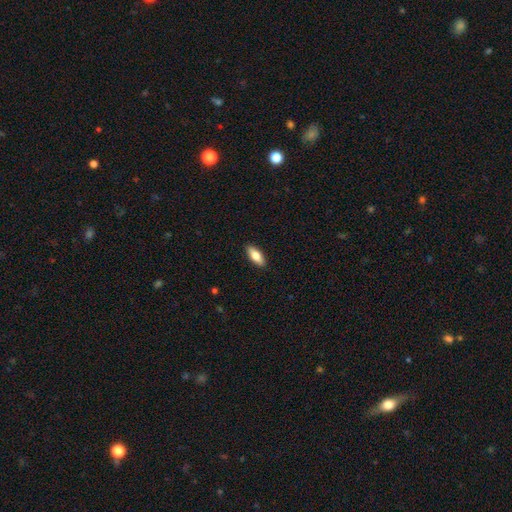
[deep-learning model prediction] Smooth or featured: smooth — 76% (featured or disk — 18%)
How rounded: in between — 74% (cigar-shaped — 24%)
Merging: none — 90% (minor disturbance — 7%)